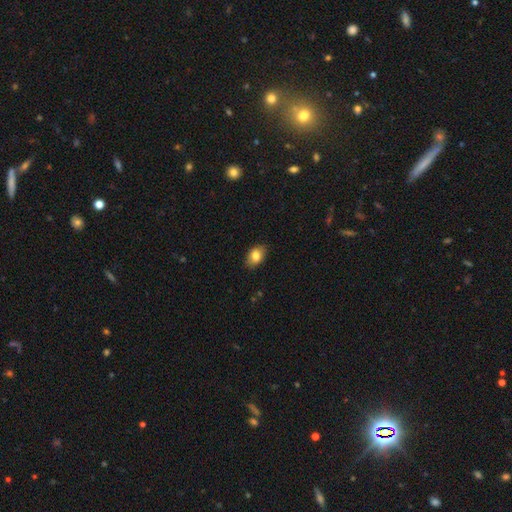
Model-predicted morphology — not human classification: Smooth or featured? smooth (82%)
How rounded? in between (80%)
Merging? none (84%)